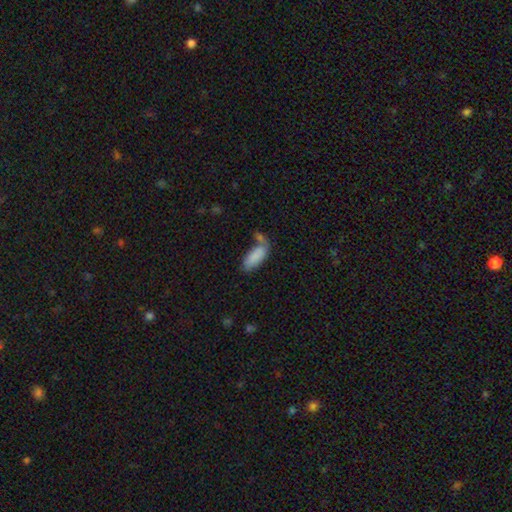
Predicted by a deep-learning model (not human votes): This appears to be a smooth galaxy with no disk features (85%) that is in between round and cigar-shaped (80%). Merging: none (46%).